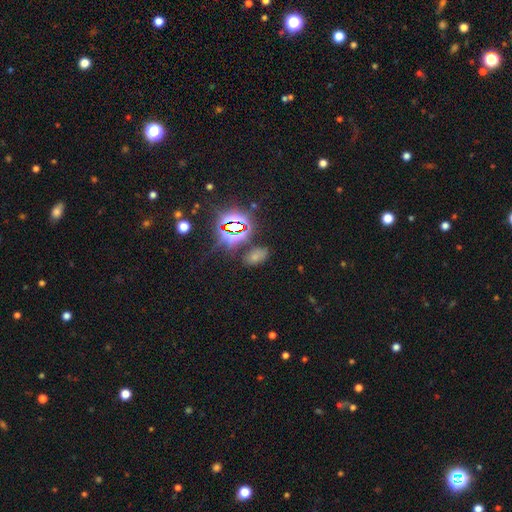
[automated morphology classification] A smooth galaxy with no disk features (49%).

Vote fractions:
- Smooth or featured? smooth: 49% / star or artifact: 42% / featured or disk: 9%
- Merging? none: 77% / minor disturbance: 13% / major disturbance: 5% / merger: 5%